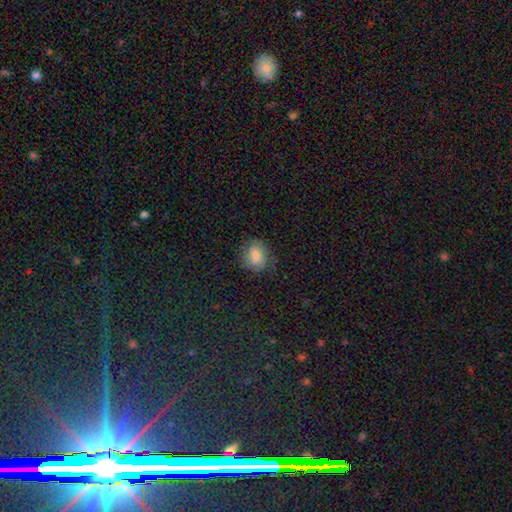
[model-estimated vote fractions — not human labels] Morphology: type=smooth (79%); roundness=in between (67%); merging=none (68%).